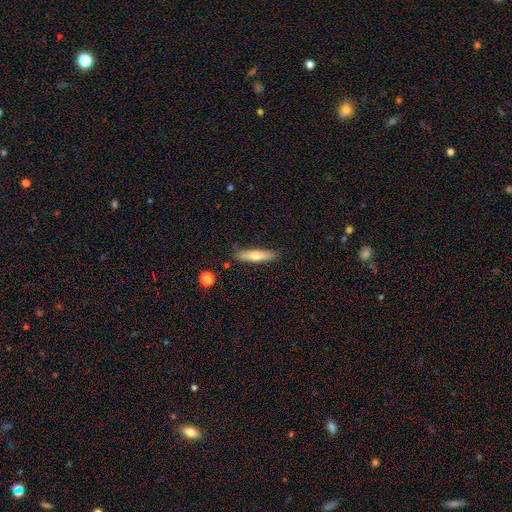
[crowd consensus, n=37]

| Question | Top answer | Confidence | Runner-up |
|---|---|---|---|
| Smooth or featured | smooth | 54% | featured or disk (41%) |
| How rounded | cigar-shaped | 70% | in between (30%) |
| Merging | none | 83% | merger (9%) |